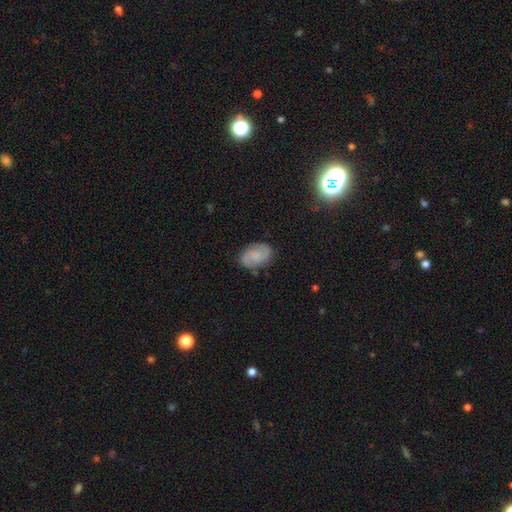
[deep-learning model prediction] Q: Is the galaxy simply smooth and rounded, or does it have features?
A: featured or disk — 57%.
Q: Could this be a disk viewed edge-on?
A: no — 97%.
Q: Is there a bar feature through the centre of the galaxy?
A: no — 54%.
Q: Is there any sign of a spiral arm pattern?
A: yes — 92%.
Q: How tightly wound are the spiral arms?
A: medium — 47%.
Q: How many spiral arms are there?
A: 2 — 88%.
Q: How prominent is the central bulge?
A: none — 47%.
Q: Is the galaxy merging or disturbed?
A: none — 80%.